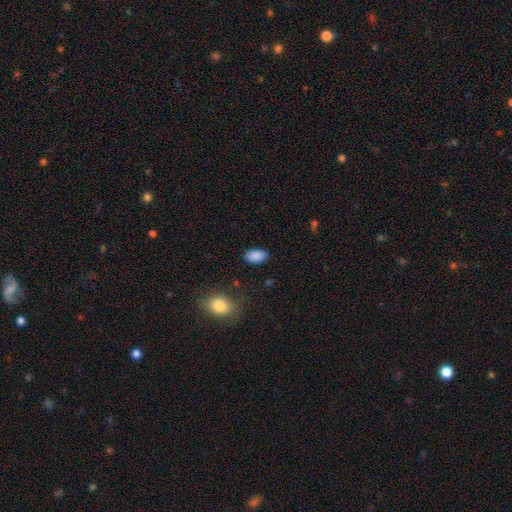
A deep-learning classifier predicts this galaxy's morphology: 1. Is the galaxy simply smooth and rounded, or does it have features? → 88% smooth, 8% star or artifact, 4% featured or disk.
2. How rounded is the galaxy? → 93% in between, 5% round, 2% cigar-shaped.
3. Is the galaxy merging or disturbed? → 83% none, 12% minor disturbance, 3% major disturbance, 2% merger.